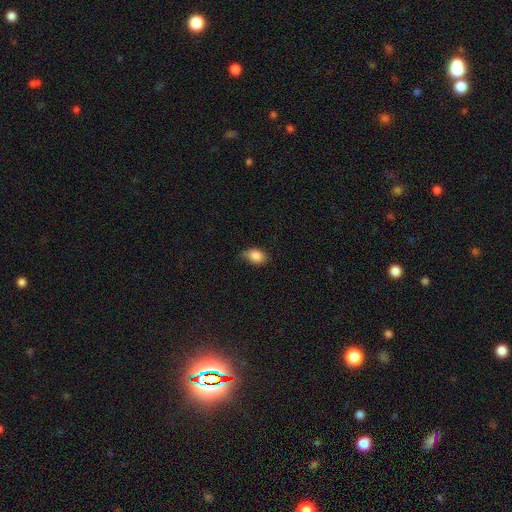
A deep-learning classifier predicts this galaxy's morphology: This is clearly a smooth galaxy (85%). How rounded: likely in between (75%). Merging: possibly none (60%).